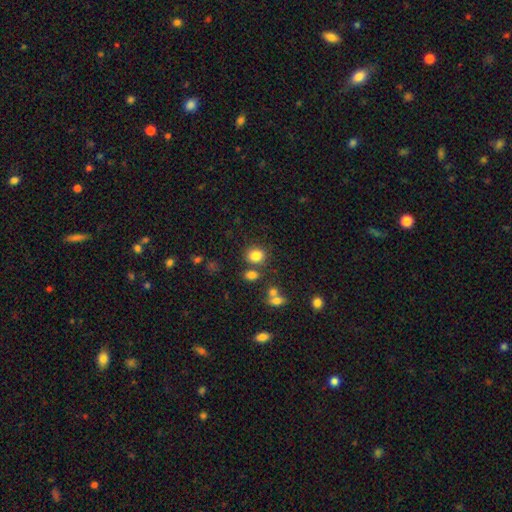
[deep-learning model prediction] A smooth galaxy with no disk features (82%) that is round (55%). Merging: none (71%).